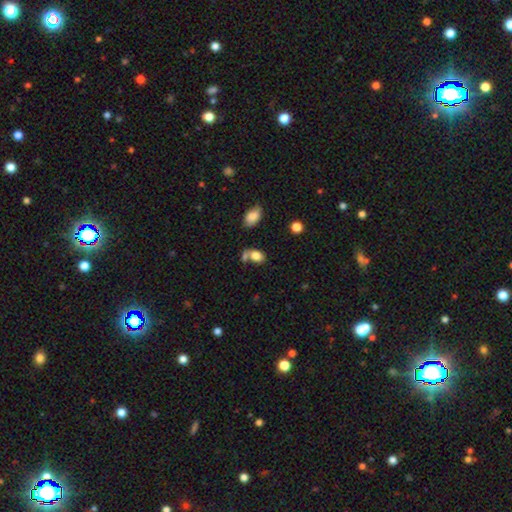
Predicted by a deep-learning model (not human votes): A smooth galaxy with no disk features (81%) that is in between round and cigar-shaped (77%). Merging: none (41%).